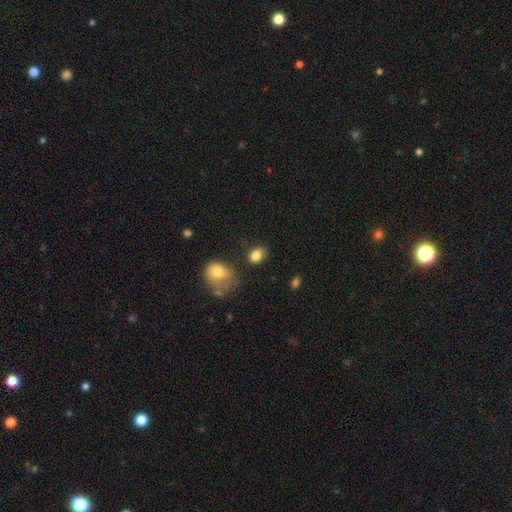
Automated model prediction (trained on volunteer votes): smooth 84%, star or artifact 10%, featured or disk 7%. Down the decision tree: how rounded — in between (66%); merging — none (73%).